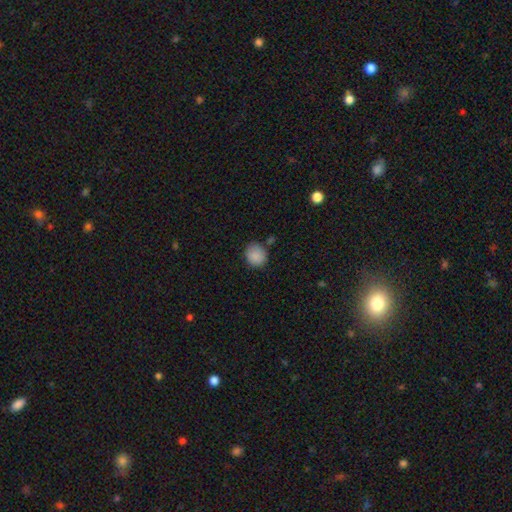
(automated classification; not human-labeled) This is clearly a smooth galaxy (88%). How rounded: likely round (74%). Merging: likely none (77%).